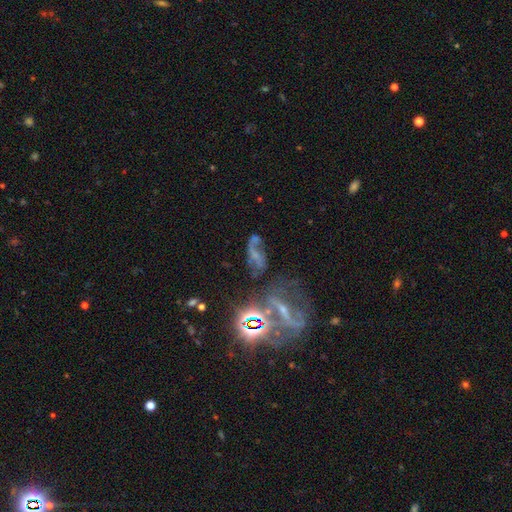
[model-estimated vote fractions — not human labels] Smooth or featured? featured or disk (53%)
Edge-on disk? no (91%)
Merging? none (40%)